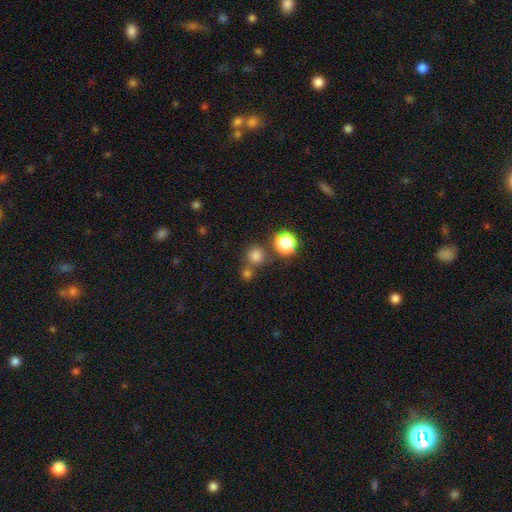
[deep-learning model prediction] Q: Smooth or featured?
A: smooth (74%); runner-up: star or artifact (20%)
Q: How rounded?
A: round (91%); runner-up: in between (8%)
Q: Merging?
A: none (68%); runner-up: merger (21%)